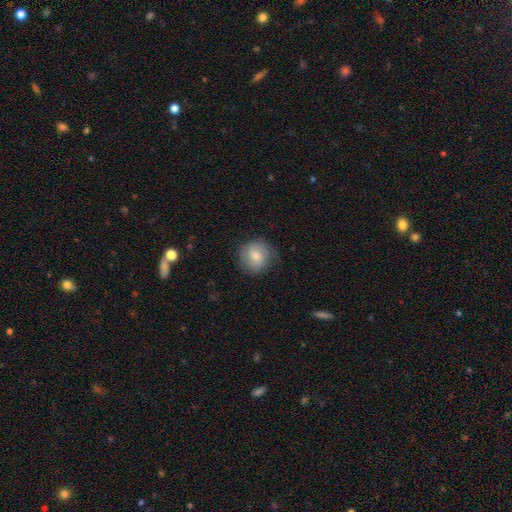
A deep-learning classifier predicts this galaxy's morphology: This is likely a smooth galaxy (71%). How rounded: clearly round (85%). Merging: likely none (75%).